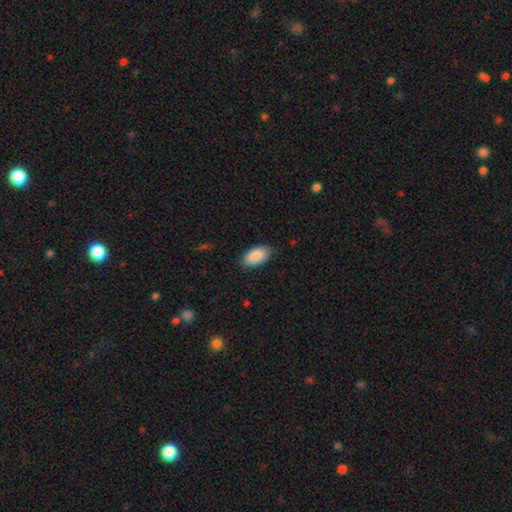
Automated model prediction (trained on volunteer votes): Smooth or featured?
  - smooth: 89% *
  - star or artifact: 6%
  - featured or disk: 5%
How rounded?
  - in between: 94% *
  - cigar-shaped: 3%
  - round: 2%
Merging?
  - none: 84% *
  - minor disturbance: 13%
  - major disturbance: 2%
  - merger: 1%